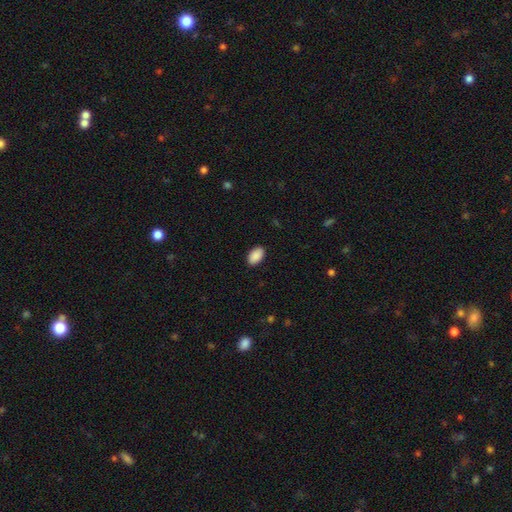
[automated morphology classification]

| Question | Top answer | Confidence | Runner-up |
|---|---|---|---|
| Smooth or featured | smooth | 90% | star or artifact (7%) |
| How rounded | in between | 94% | round (5%) |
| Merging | none | 90% | minor disturbance (7%) |